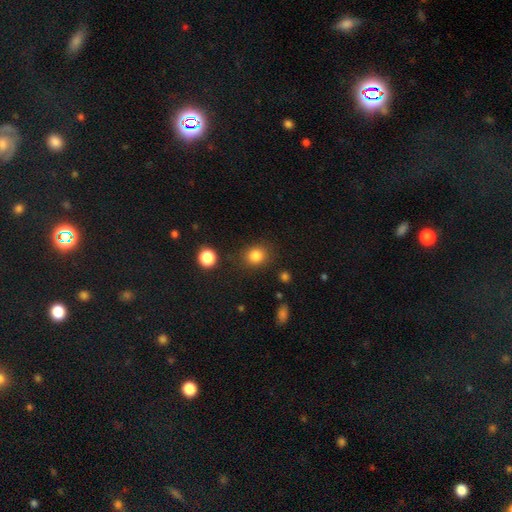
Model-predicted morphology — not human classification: Smooth or featured?
  - smooth: 84% *
  - star or artifact: 11%
  - featured or disk: 5%
How rounded?
  - round: 73% *
  - in between: 26%
  - cigar-shaped: 1%
Merging?
  - none: 84% *
  - minor disturbance: 10%
  - major disturbance: 4%
  - merger: 2%